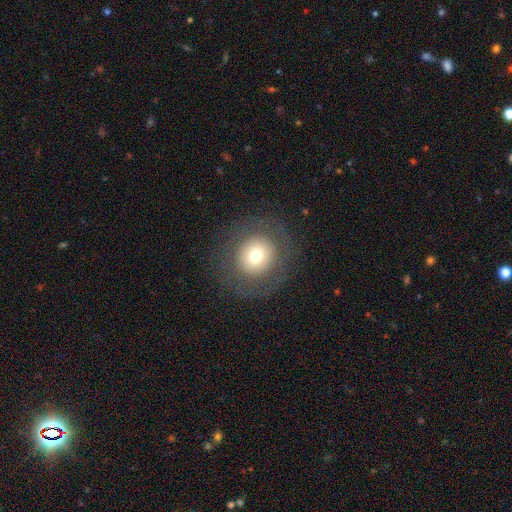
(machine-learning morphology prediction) Overall: smooth (67%). How rounded: round (87%). Merging: none (82%).